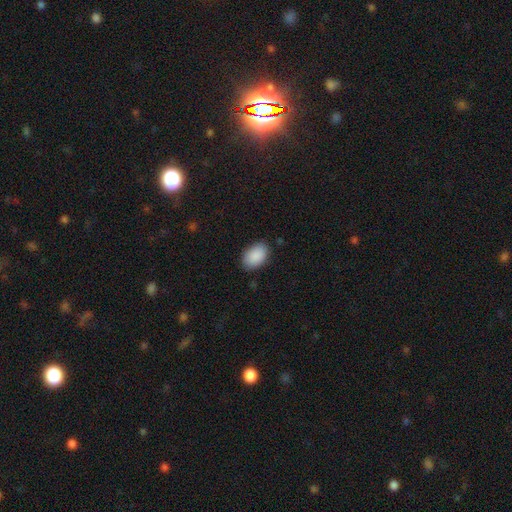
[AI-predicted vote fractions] This is clearly a smooth galaxy (91%). How rounded: clearly in between (90%). Merging: clearly none (85%).